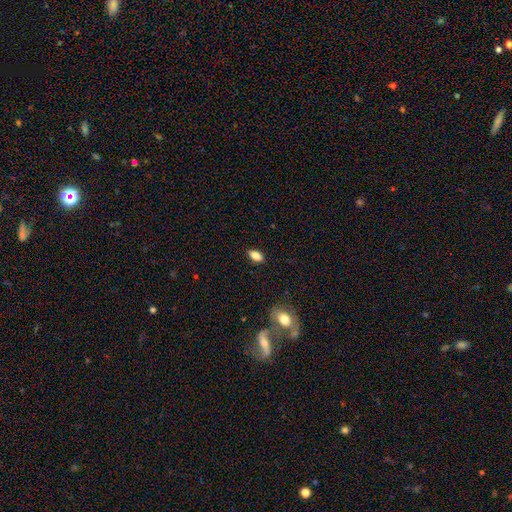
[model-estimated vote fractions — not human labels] smooth-or-featured: smooth: 84% | star or artifact: 8% | featured or disk: 8%
  how-rounded: in between: 87% | cigar-shaped: 9% | round: 4%
  merging: none: 88% | minor disturbance: 9% | major disturbance: 2% | merger: 1%